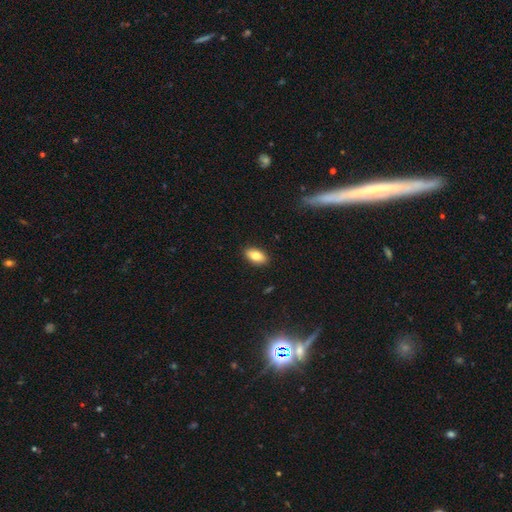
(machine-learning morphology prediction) A smooth galaxy with no disk features (83%) that is in between round and cigar-shaped (91%).

Vote fractions:
- Smooth or featured? smooth: 83% / featured or disk: 10% / star or artifact: 7%
- How rounded? in between: 91% / cigar-shaped: 5% / round: 4%
- Merging? none: 89% / minor disturbance: 8% / major disturbance: 2% / merger: 1%